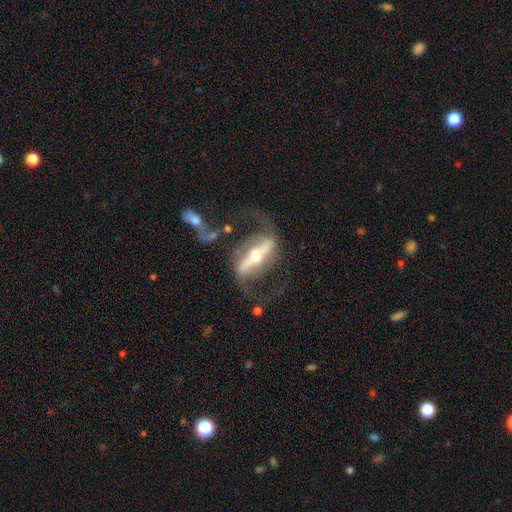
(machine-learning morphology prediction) featured or disk 89%, smooth 6%, star or artifact 5%. Down the decision tree: edge-on disk — no (84%); bar — strong (80%); spiral arms — yes (89%); spiral arm count — 2 (91%); spiral winding — loose (53%); bulge size — moderate (55%); merging — none (58%).